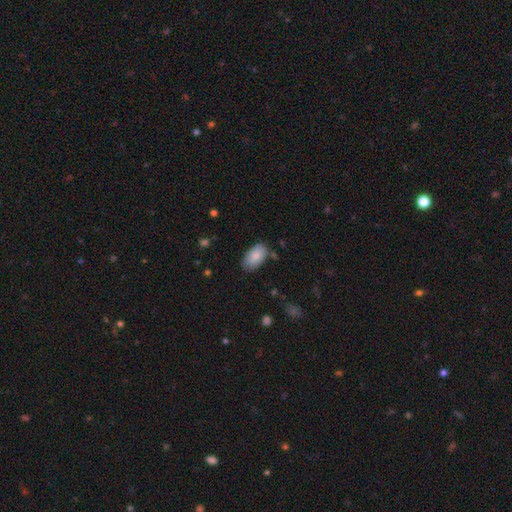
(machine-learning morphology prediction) Smooth or featured: smooth — 85% (featured or disk — 8%)
How rounded: in between — 94% (round — 4%)
Merging: none — 72% (minor disturbance — 21%)